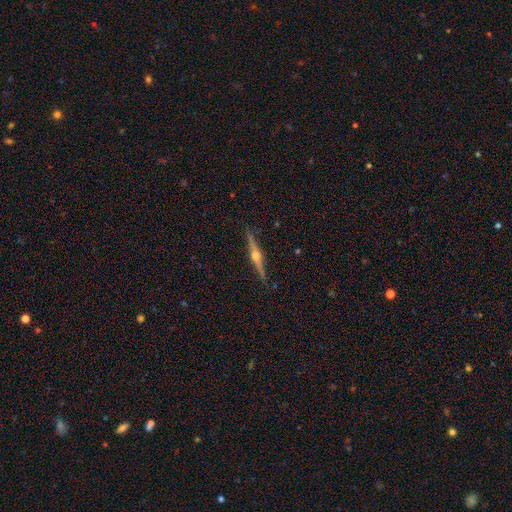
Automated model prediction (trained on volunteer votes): The model was most divided on "smooth or featured": featured or disk: 85%, smooth: 9%, star or artifact: 5%. More confident: edge-on disk — yes (99%); edge-on bulge — rounded (96%); merging — none (92%).